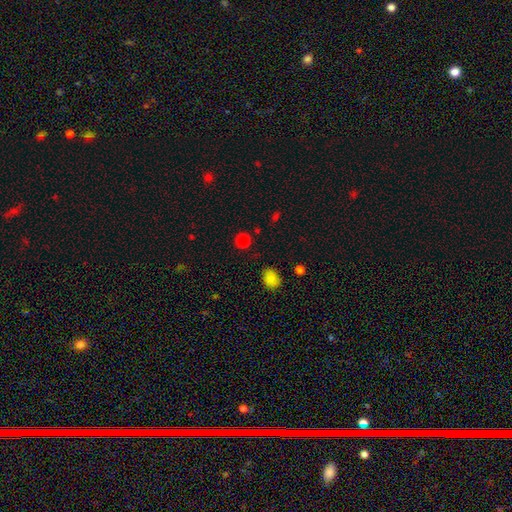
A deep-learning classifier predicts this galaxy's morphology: This appears to be a smooth galaxy with no disk features (83%) that is round (78%). Merging: none (85%).